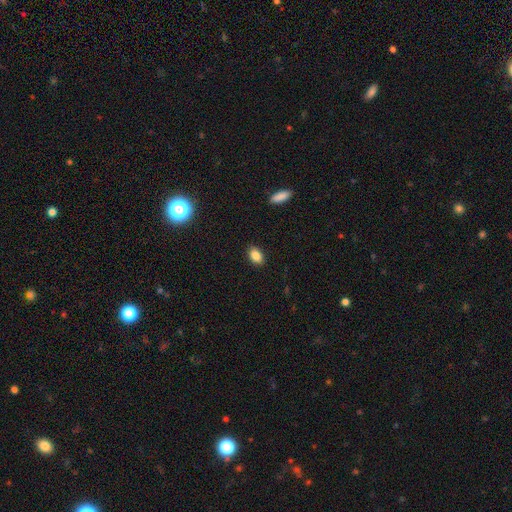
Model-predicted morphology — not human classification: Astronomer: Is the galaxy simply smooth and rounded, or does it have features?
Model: smooth — 85%.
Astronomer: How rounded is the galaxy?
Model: in between — 87%.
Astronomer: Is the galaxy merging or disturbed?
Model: none — 89%.